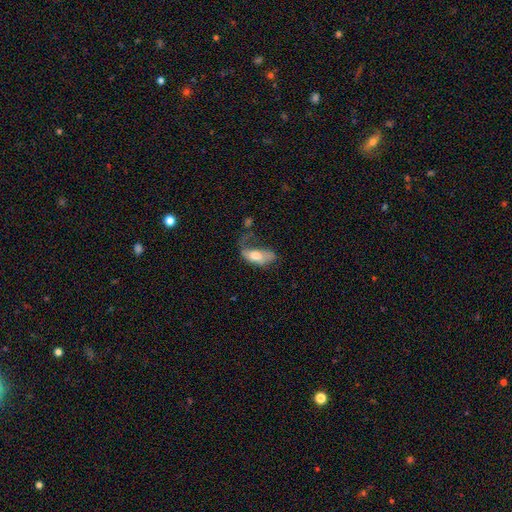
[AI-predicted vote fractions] Smooth or featured? Predicted: smooth (p=0.57). How rounded? Predicted: in between (p=0.87). Merging? Predicted: major disturbance (p=0.52).